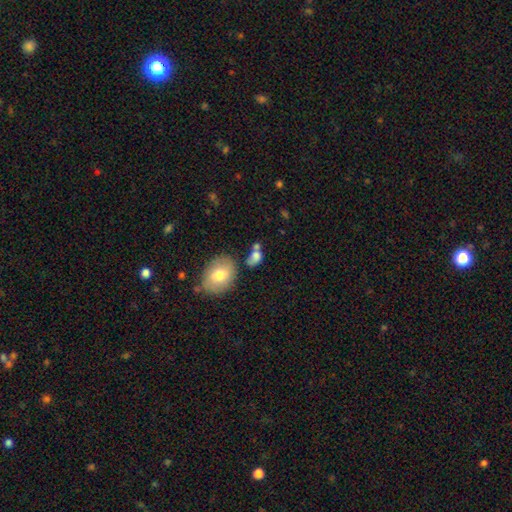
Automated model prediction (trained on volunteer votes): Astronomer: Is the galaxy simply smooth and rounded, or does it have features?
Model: smooth — 77%.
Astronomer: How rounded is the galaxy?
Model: in between — 72%.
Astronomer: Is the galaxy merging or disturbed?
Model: none — 41% (runner-up: merger, 32%).